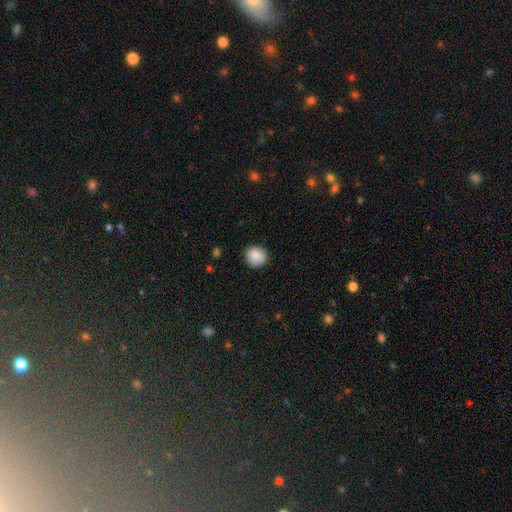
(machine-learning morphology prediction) Smooth or featured: smooth — 87% (star or artifact — 7%)
How rounded: round — 83% (in between — 16%)
Merging: none — 85% (minor disturbance — 12%)